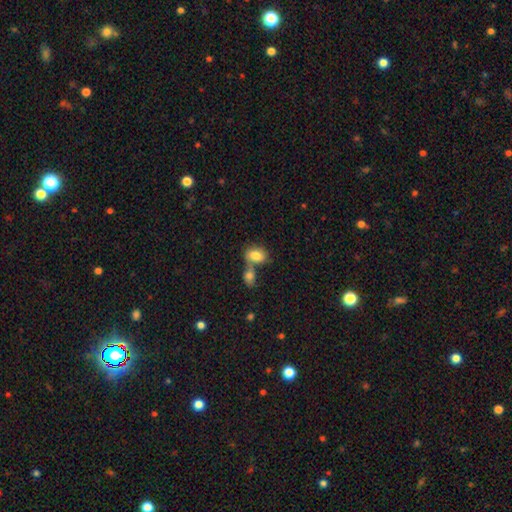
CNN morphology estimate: Smooth or featured: smooth — 81% (featured or disk — 11%)
How rounded: in between — 85% (round — 13%)
Merging: merger — 55% (none — 31%)